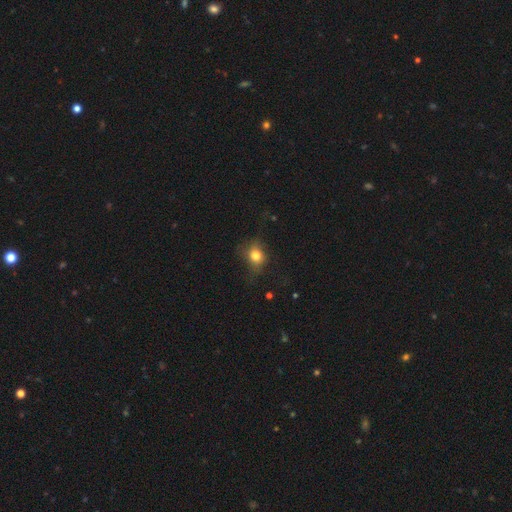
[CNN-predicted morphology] type=smooth (75%); roundness=round (64%); merging=none (60%).